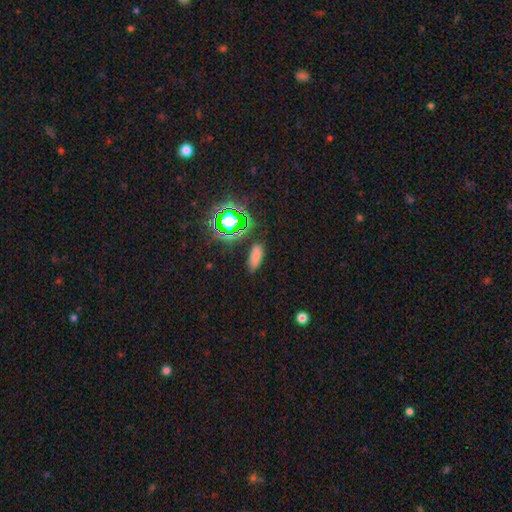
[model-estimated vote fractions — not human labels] The model was most divided on "smooth or featured": smooth: 69%, star or artifact: 24%, featured or disk: 7%. More confident: merging — none (81%); how rounded — in between (76%).